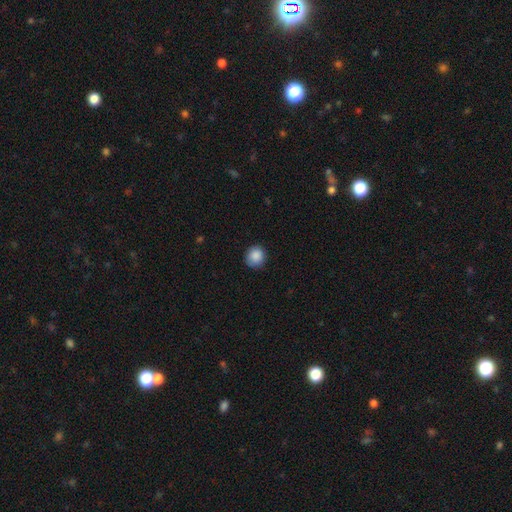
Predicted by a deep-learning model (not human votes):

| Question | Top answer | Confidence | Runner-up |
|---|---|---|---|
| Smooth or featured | smooth | 88% | star or artifact (8%) |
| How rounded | round | 89% | in between (10%) |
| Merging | none | 86% | minor disturbance (10%) |